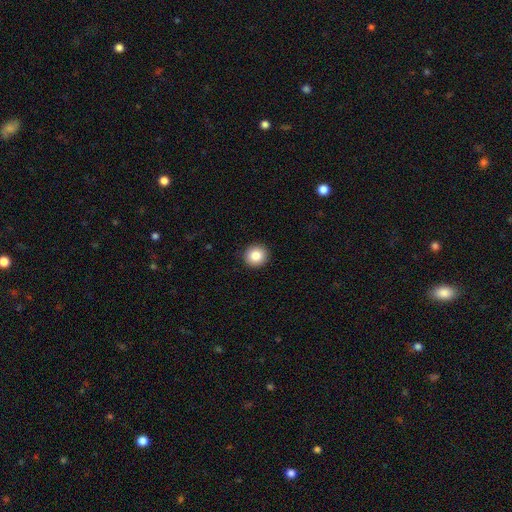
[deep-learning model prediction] Smooth or featured?
  - smooth: 85% *
  - star or artifact: 9%
  - featured or disk: 6%
How rounded?
  - round: 91% *
  - in between: 8%
  - cigar-shaped: 1%
Merging?
  - none: 93% *
  - minor disturbance: 5%
  - major disturbance: 1%
  - merger: 1%